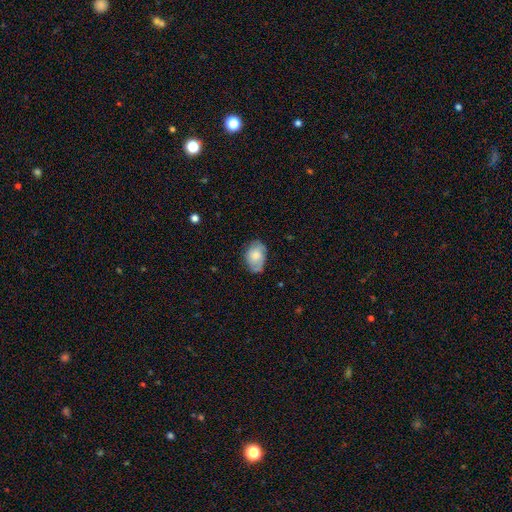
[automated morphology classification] Smooth or featured? Predicted: smooth (p=0.67). How rounded? Predicted: in between (p=0.84). Merging? Predicted: none (p=0.63).